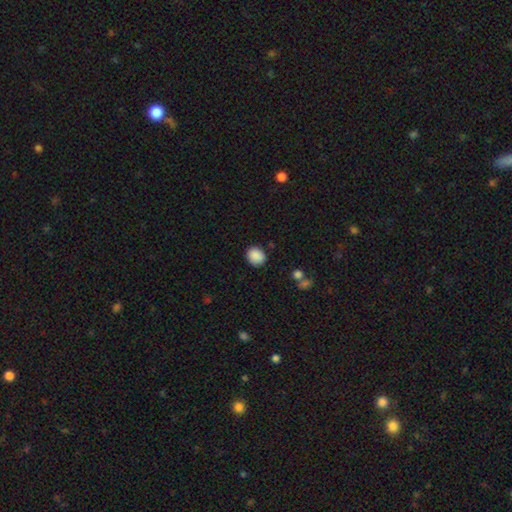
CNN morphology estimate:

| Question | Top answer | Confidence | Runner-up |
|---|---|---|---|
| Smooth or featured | smooth | 89% | star or artifact (8%) |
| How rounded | round | 72% | in between (27%) |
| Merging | none | 87% | minor disturbance (9%) |